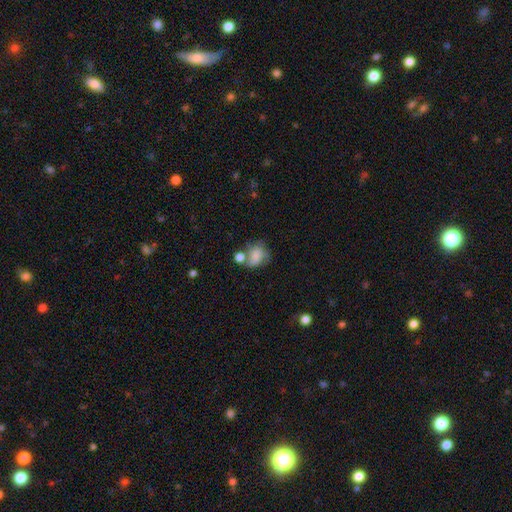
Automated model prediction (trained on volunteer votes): A smooth galaxy with no disk features (62%) that is round (52%).

Vote fractions:
- Smooth or featured? smooth: 62% / featured or disk: 28% / star or artifact: 10%
- How rounded? round: 52% / in between: 47% / cigar-shaped: 1%
- Merging? none: 37% / merger: 27% / minor disturbance: 22% / major disturbance: 15%